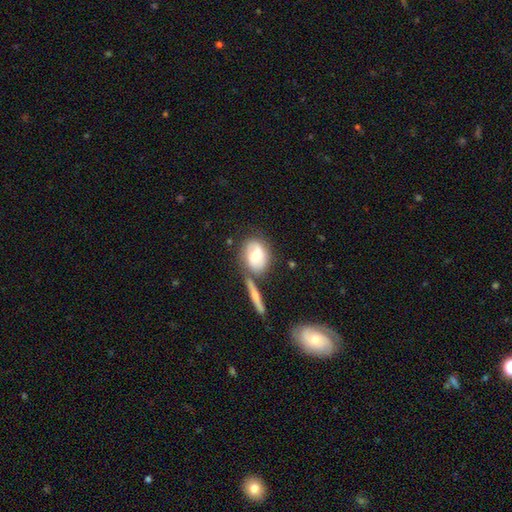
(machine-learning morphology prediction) The model was most divided on "smooth or featured": featured or disk: 48%, smooth: 44%, star or artifact: 7%. More confident: merging — none (52%).